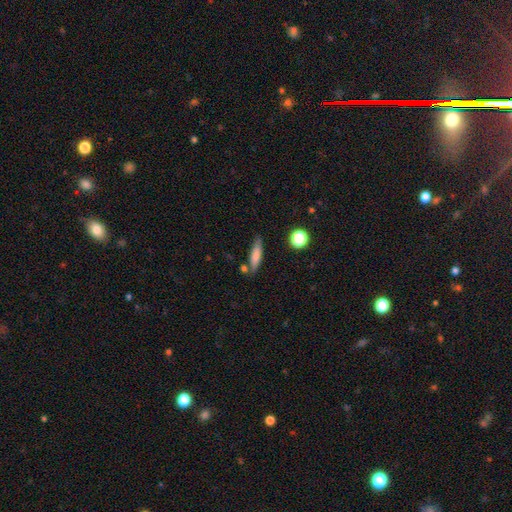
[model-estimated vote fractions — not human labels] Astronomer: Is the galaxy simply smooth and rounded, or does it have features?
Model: smooth — 73%.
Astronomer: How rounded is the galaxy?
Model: cigar-shaped — 75%.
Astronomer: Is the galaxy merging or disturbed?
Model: none — 74%.